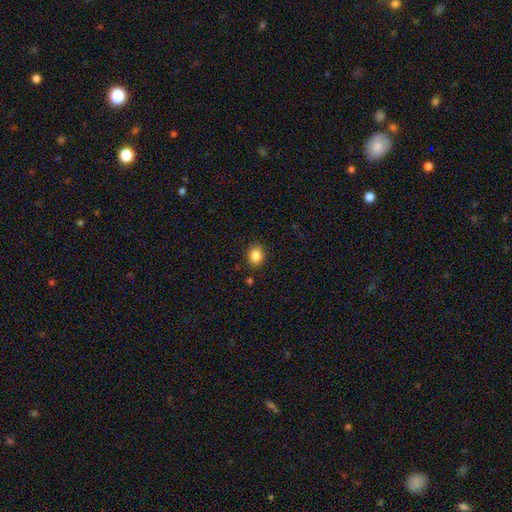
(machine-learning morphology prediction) Q: Smooth or featured?
A: smooth (86%); runner-up: star or artifact (10%)
Q: How rounded?
A: round (60%); runner-up: in between (39%)
Q: Merging?
A: none (85%); runner-up: minor disturbance (11%)